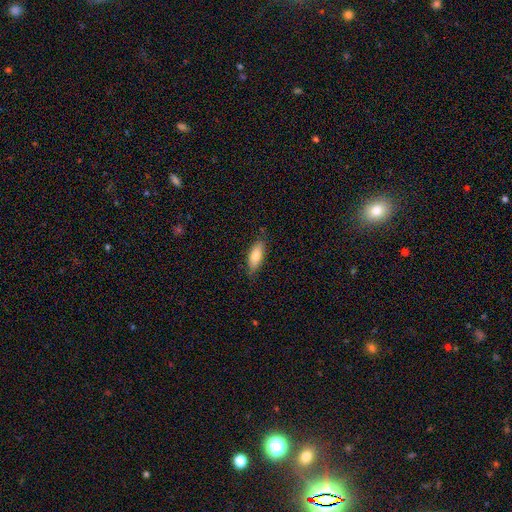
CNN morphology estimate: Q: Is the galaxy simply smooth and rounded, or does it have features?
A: smooth — 75%.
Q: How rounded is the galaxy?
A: in between — 73%.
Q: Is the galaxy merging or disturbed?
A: none — 80%.